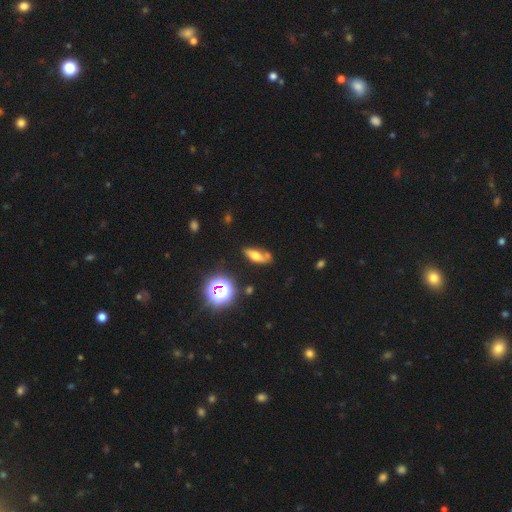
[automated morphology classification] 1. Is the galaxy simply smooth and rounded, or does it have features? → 53% smooth, 30% featured or disk, 17% star or artifact.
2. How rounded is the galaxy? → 67% in between, 25% cigar-shaped, 9% round.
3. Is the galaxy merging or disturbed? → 50% none, 22% minor disturbance, 17% merger, 11% major disturbance.